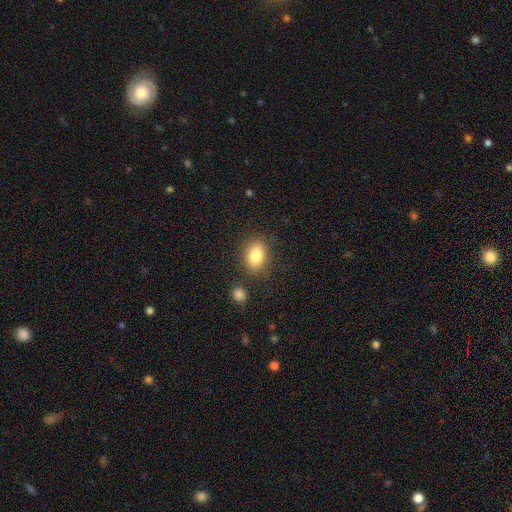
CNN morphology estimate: smooth_or_featured: smooth (p=0.83) [alt: star or artifact p=0.09]
how_rounded: in between (p=0.75) [alt: round p=0.24]
merging: none (p=0.80) [alt: minor disturbance p=0.12]